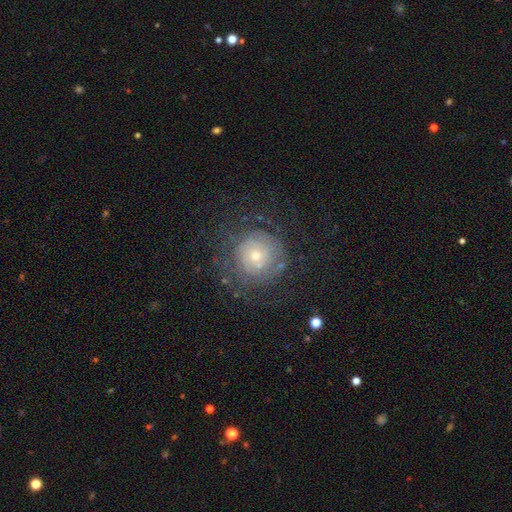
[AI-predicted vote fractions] Morphology: type=featured or disk (62%); edge-on=no (97%); bar=no (83%); spiral arms=yes (75%); bulge=small (57%); merging=none (71%).